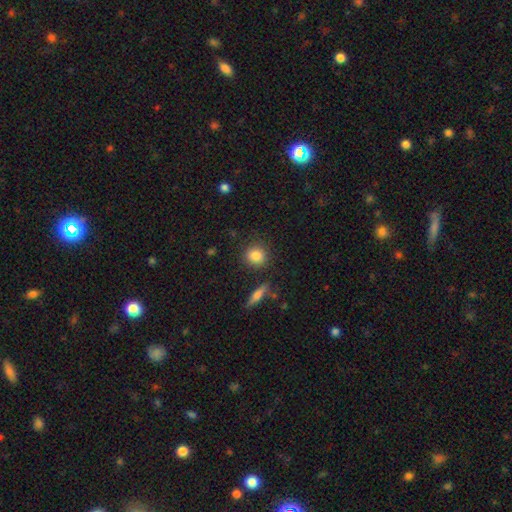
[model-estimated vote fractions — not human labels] The model was most divided on "how rounded": round: 83%, in between: 15%, cigar-shaped: 2%. More confident: merging — none (86%); smooth or featured — smooth (84%).